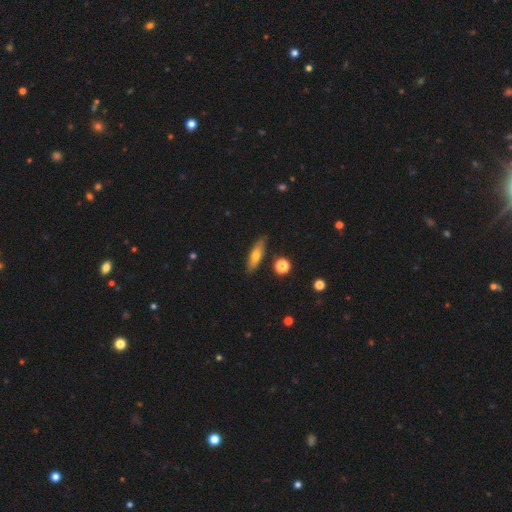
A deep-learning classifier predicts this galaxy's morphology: A smooth galaxy with no disk features (62%) that is cigar-shaped (55%). Merging: none (84%).